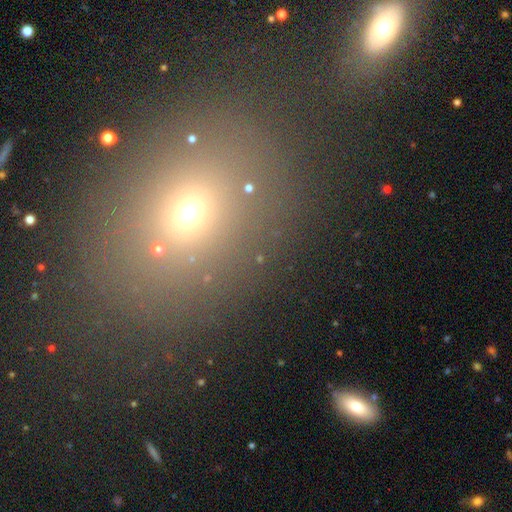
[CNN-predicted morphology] Smooth or featured?
  - smooth: 60% *
  - star or artifact: 28%
  - featured or disk: 12%
How rounded?
  - round: 54% *
  - in between: 43%
  - cigar-shaped: 2%
Merging?
  - none: 74% *
  - minor disturbance: 11%
  - merger: 7%
  - major disturbance: 7%